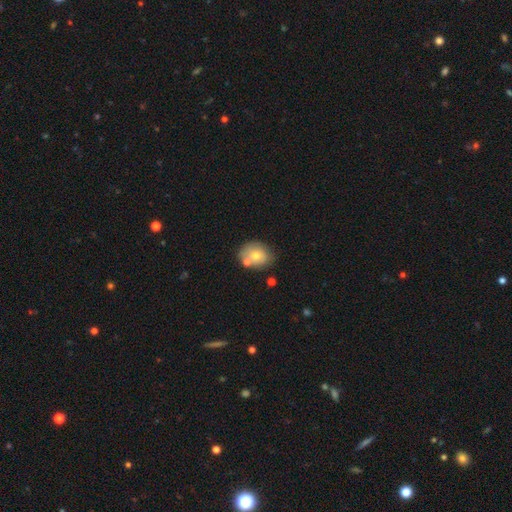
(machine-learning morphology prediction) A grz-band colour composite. It shows a smooth galaxy with no disk features (67%) that is round (54%). Merging: none (58%).